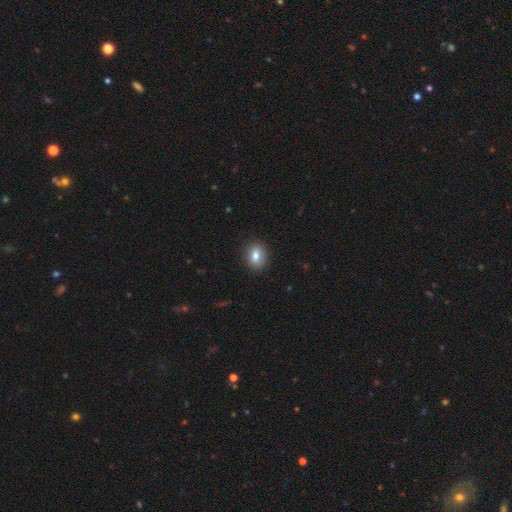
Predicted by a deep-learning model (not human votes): smooth-or-featured: smooth: 81% | featured or disk: 10% | star or artifact: 9%
  how-rounded: in between: 55% | round: 43% | cigar-shaped: 1%
  merging: none: 89% | minor disturbance: 8% | major disturbance: 2% | merger: 1%